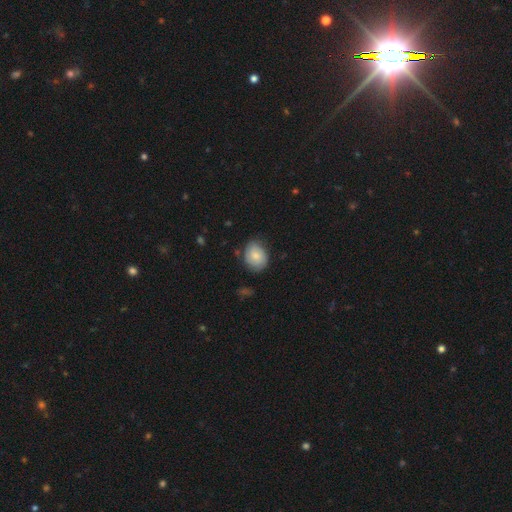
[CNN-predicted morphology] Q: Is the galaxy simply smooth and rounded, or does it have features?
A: smooth — 69%.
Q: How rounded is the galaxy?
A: in between — 50%.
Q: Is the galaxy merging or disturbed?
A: none — 68%.